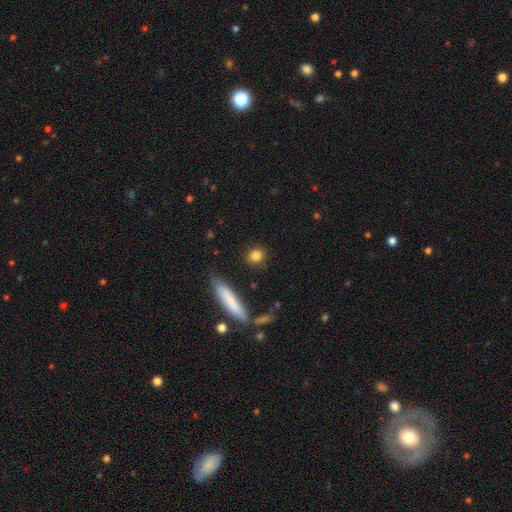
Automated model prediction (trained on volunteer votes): A smooth galaxy with no disk features (84%) that is round (65%).

Vote fractions:
- Smooth or featured? smooth: 84% / star or artifact: 8% / featured or disk: 8%
- How rounded? round: 65% / in between: 26% / cigar-shaped: 9%
- Merging? none: 86% / minor disturbance: 9% / major disturbance: 3% / merger: 3%